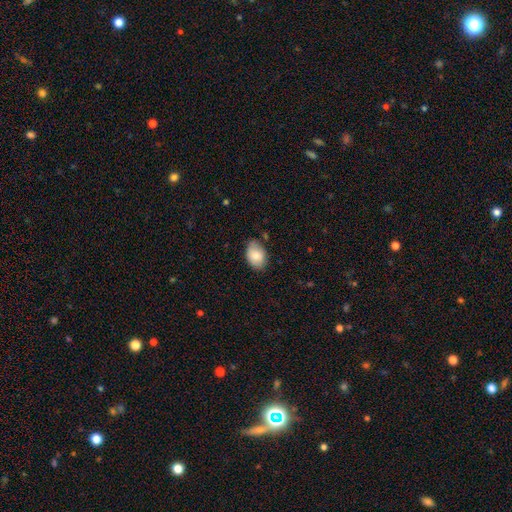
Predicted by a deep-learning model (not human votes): Smooth or featured? smooth (80%)
How rounded? in between (84%)
Merging? none (75%)